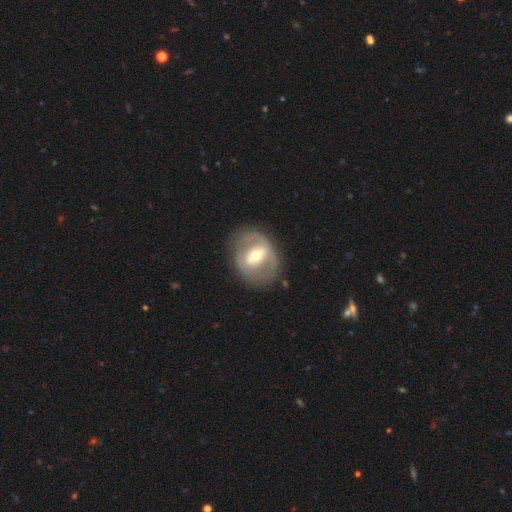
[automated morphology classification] Q: Smooth or featured?
A: featured or disk (66%); runner-up: smooth (28%)
Q: Edge-on disk?
A: no (94%); runner-up: yes (6%)
Q: Bar?
A: strong (40%); runner-up: weak (39%)
Q: Spiral arms?
A: no (59%); runner-up: yes (41%)
Q: Bulge size?
A: moderate (70%); runner-up: small (18%)
Q: Merging?
A: none (74%); runner-up: minor disturbance (16%)